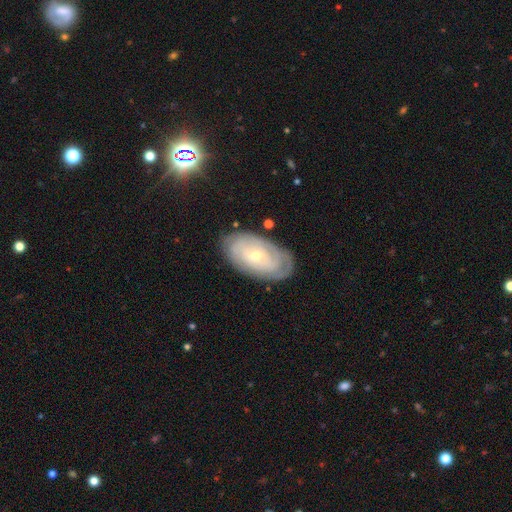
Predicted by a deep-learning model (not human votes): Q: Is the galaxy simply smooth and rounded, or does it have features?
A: featured or disk — 74%.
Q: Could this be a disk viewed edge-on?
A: no — 94%.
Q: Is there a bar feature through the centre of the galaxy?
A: no — 57%.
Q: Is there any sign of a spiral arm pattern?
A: yes — 87%.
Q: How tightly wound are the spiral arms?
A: tight — 78%.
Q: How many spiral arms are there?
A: can't tell — 56%.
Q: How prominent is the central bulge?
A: small — 60%.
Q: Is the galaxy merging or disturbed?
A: none — 77%.